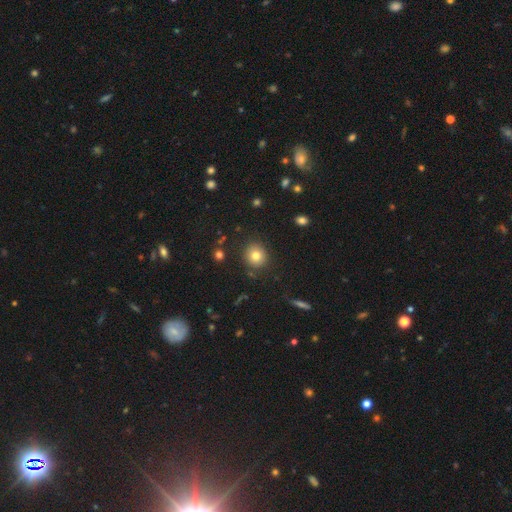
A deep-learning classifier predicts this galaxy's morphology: This is likely a smooth galaxy (79%). How rounded: clearly round (84%). Merging: clearly none (87%).